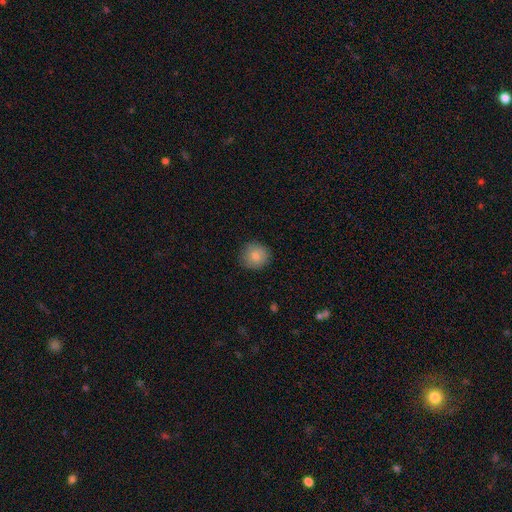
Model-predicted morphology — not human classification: A smooth galaxy with no disk features (85%) that is round (90%).

Vote fractions:
- Smooth or featured? smooth: 85% / star or artifact: 8% / featured or disk: 7%
- How rounded? round: 90% / in between: 9% / cigar-shaped: 1%
- Merging? none: 87% / minor disturbance: 10% / major disturbance: 2% / merger: 1%